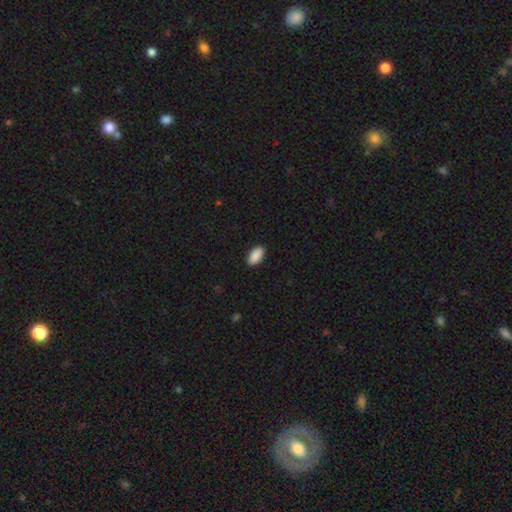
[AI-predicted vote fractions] Q: Smooth or featured?
A: smooth (91%); runner-up: star or artifact (6%)
Q: How rounded?
A: in between (93%); runner-up: cigar-shaped (5%)
Q: Merging?
A: none (91%); runner-up: minor disturbance (7%)